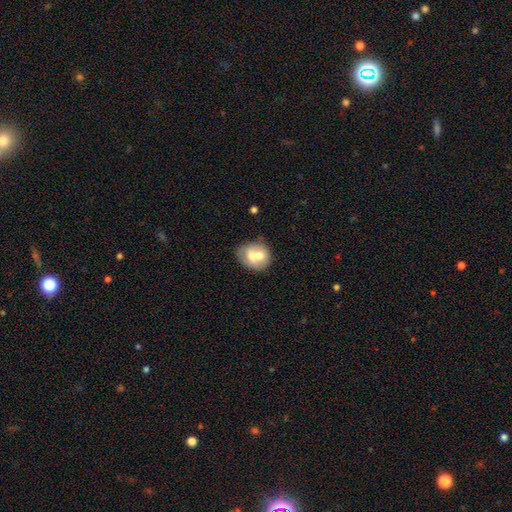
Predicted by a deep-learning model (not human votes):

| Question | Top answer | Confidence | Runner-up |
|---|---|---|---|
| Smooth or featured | smooth | 59% | featured or disk (34%) |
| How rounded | round | 62% | in between (37%) |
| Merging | merger | 54% | none (30%) |